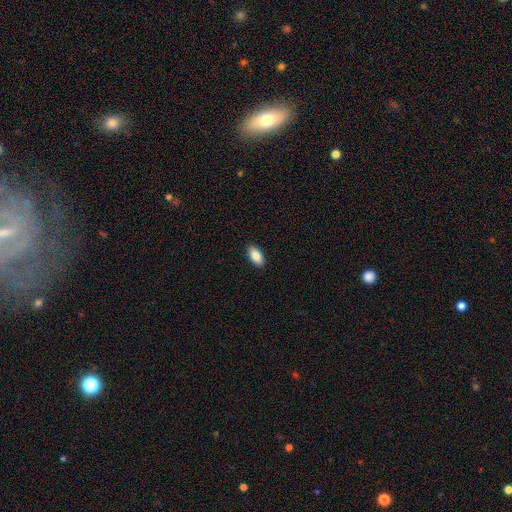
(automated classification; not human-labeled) smooth_or_featured: smooth (p=0.86) [alt: featured or disk p=0.07]
how_rounded: in between (p=0.93) [alt: cigar-shaped p=0.04]
merging: none (p=0.91) [alt: minor disturbance p=0.07]